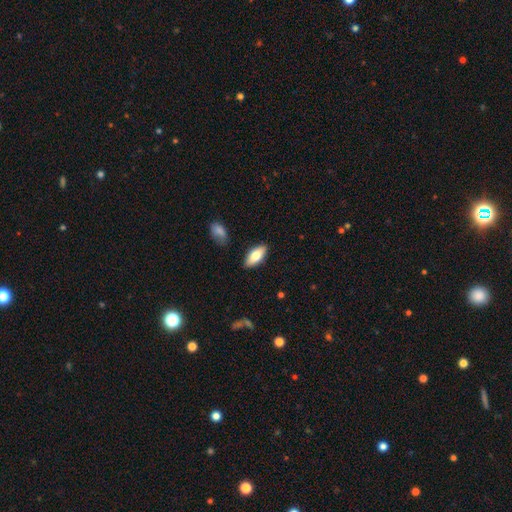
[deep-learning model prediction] smooth_or_featured: smooth (p=0.74) [alt: featured or disk p=0.20]
how_rounded: in between (p=0.85) [alt: cigar-shaped p=0.12]
merging: none (p=0.85) [alt: minor disturbance p=0.11]